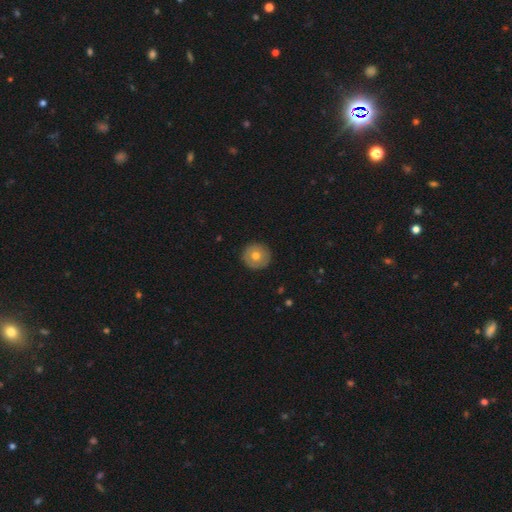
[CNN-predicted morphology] A smooth galaxy with no disk features (66%) that is round (96%).

Vote fractions:
- Smooth or featured? smooth: 66% / featured or disk: 26% / star or artifact: 8%
- How rounded? round: 96% / in between: 3% / cigar-shaped: 1%
- Merging? none: 91% / minor disturbance: 6% / major disturbance: 2% / merger: 1%